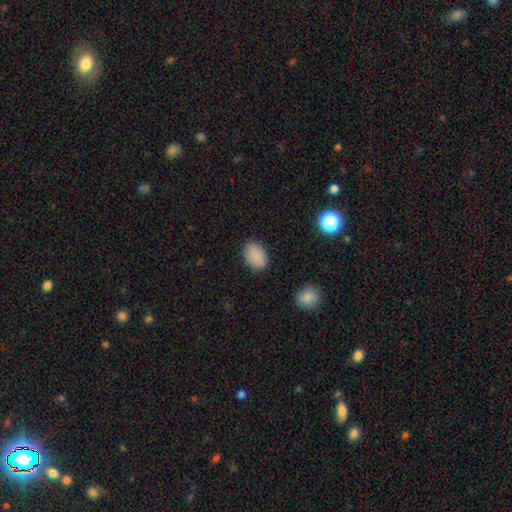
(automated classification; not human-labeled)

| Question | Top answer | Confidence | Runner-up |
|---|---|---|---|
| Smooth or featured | smooth | 87% | star or artifact (8%) |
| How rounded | in between | 82% | round (17%) |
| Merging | none | 83% | minor disturbance (13%) |